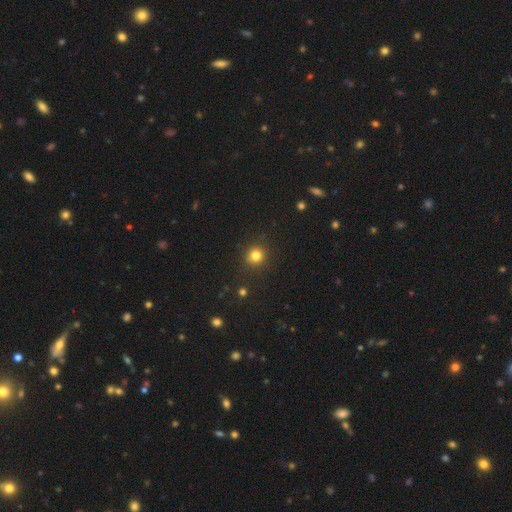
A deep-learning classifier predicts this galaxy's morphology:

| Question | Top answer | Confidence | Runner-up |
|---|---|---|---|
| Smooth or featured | smooth | 81% | star or artifact (14%) |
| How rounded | round | 91% | in between (9%) |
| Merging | none | 89% | minor disturbance (7%) |